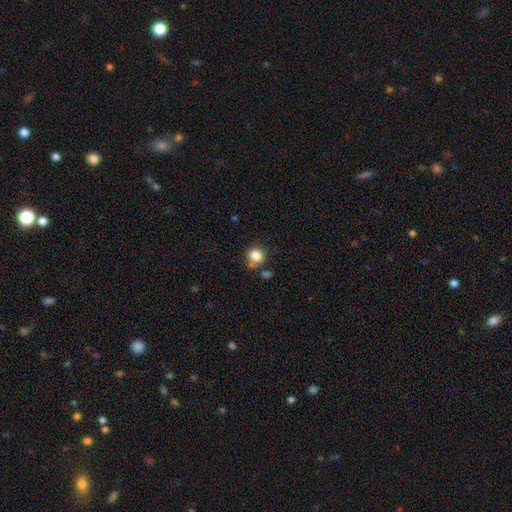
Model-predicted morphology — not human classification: type=smooth (84%); roundness=round (81%); merging=none (64%).